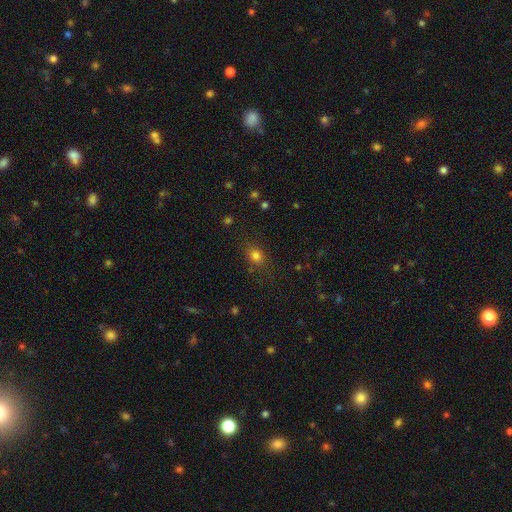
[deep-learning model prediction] Smooth or featured: smooth — 78% (star or artifact — 15%)
How rounded: in between — 50% (round — 48%)
Merging: none — 79% (minor disturbance — 14%)